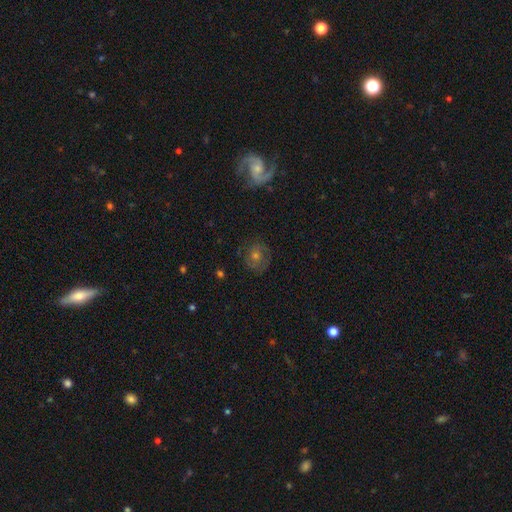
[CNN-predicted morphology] Smooth or featured?
  - featured or disk: 55% *
  - smooth: 29%
  - star or artifact: 16%
Edge-on disk?
  - no: 96% *
  - yes: 4%
Bar?
  - no: 71% *
  - weak: 24%
  - strong: 6%
Spiral arms?
  - yes: 81% *
  - no: 19%
Bulge size?
  - moderate: 55% *
  - small: 37%
  - large: 4%
  - none: 2%
  - dominant: 1%
Merging?
  - none: 80% *
  - minor disturbance: 12%
  - major disturbance: 6%
  - merger: 2%